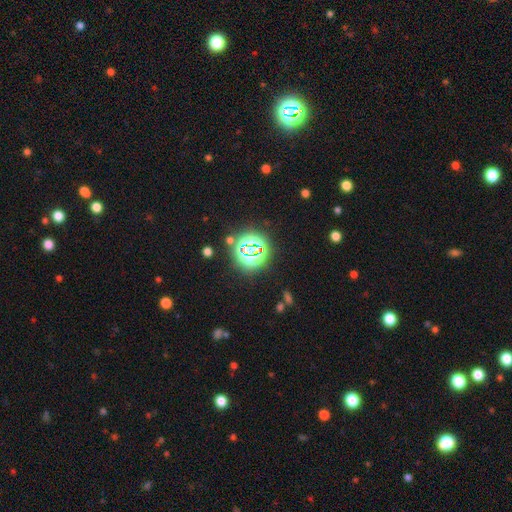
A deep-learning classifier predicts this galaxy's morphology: The model was most divided on "smooth or featured": star or artifact: 75%, smooth: 19%, featured or disk: 6%.